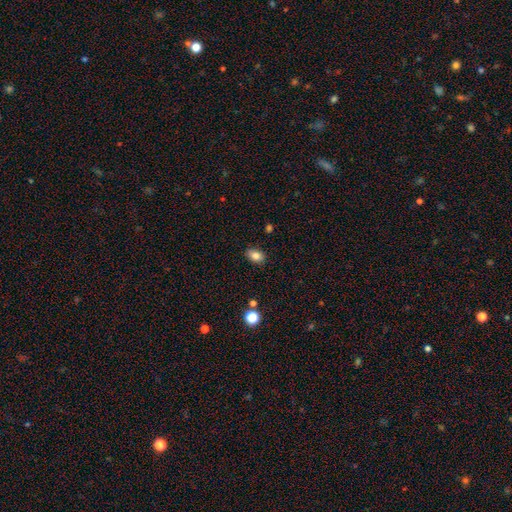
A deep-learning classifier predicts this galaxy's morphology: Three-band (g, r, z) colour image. It shows a smooth galaxy with no disk features (83%) that is in between round and cigar-shaped (80%). Merging: none (84%).